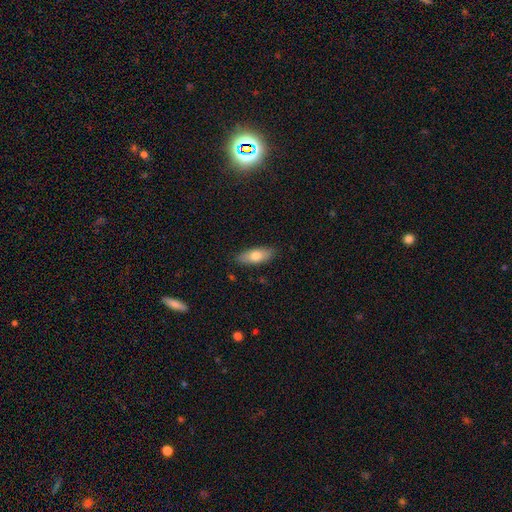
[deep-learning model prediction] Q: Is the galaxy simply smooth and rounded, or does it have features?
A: smooth — 73%.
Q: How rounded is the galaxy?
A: in between — 73%.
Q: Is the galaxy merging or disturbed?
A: none — 86%.